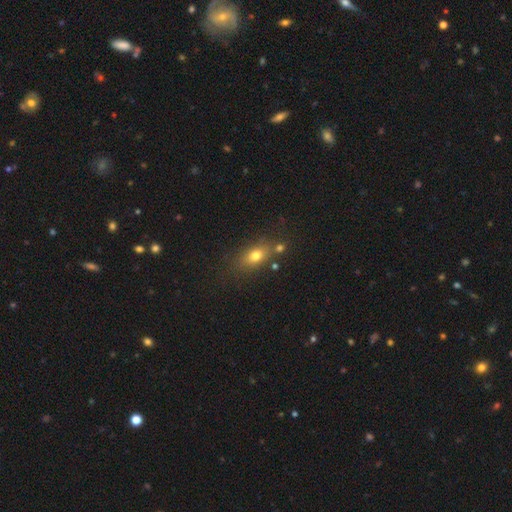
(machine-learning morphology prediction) Smooth or featured: smooth — 74% (featured or disk — 13%)
How rounded: in between — 71% (round — 22%)
Merging: none — 68% (minor disturbance — 15%)